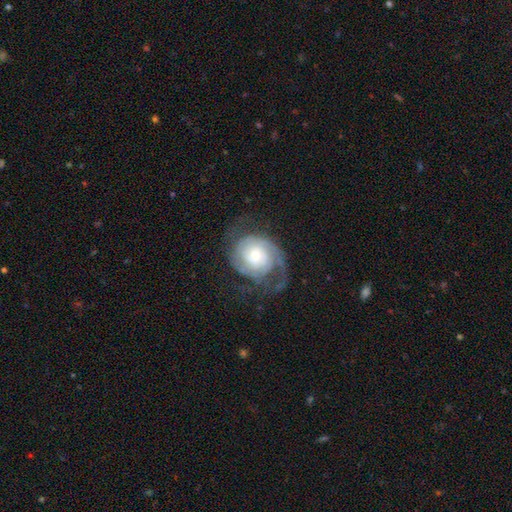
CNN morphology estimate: Q: Smooth or featured?
A: featured or disk (81%); runner-up: smooth (14%)
Q: Edge-on disk?
A: no (97%); runner-up: yes (3%)
Q: Bar?
A: no (71%); runner-up: weak (24%)
Q: Spiral arms?
A: yes (94%); runner-up: no (6%)
Q: Spiral winding?
A: tight (49%); runner-up: medium (35%)
Q: Spiral arm count?
A: 2 (51%); runner-up: can't tell (20%)
Q: Bulge size?
A: small (47%); runner-up: moderate (41%)
Q: Merging?
A: none (53%); runner-up: major disturbance (27%)